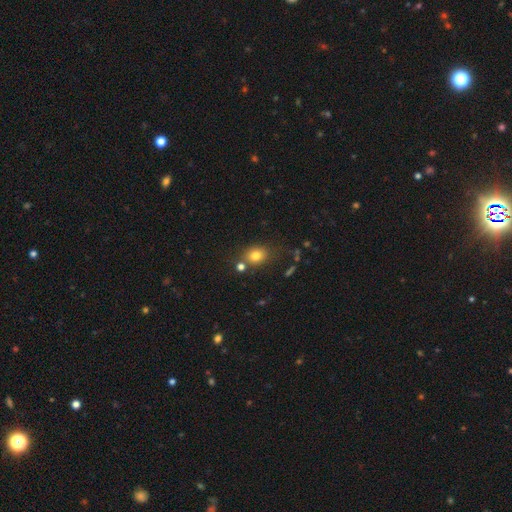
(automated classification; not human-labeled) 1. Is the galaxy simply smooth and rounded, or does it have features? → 78% smooth, 13% star or artifact, 9% featured or disk.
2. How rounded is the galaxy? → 53% round, 46% in between, 1% cigar-shaped.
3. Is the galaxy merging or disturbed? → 69% none, 13% minor disturbance, 13% merger, 5% major disturbance.